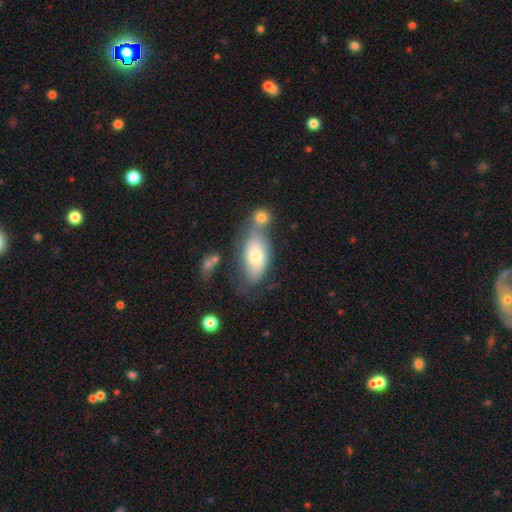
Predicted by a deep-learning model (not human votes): A smooth galaxy with no disk features (64%) that is in between round and cigar-shaped (91%). Merging: merger (34%).